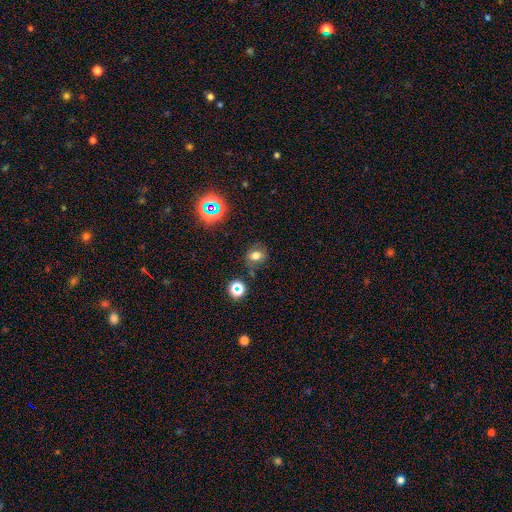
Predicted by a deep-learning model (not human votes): This appears to be a smooth galaxy with no disk features (63%) that is round (57%). Merging: none (74%).